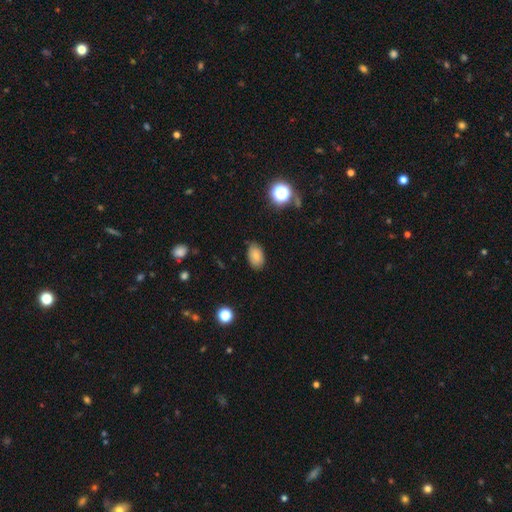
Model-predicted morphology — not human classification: Smooth or featured? Predicted: smooth (p=0.80). How rounded? Predicted: in between (p=0.88). Merging? Predicted: none (p=0.78).